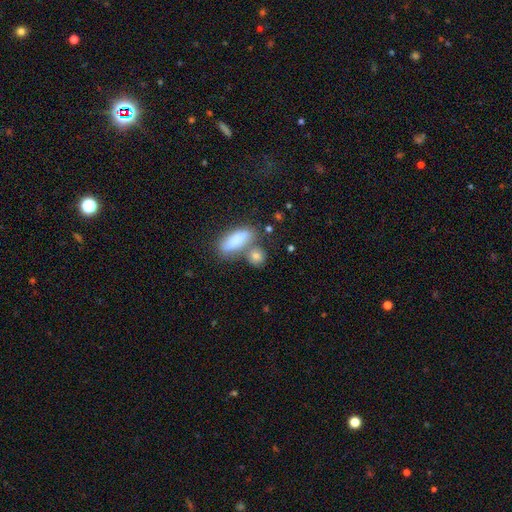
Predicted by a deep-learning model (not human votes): Morphology: type=smooth (82%); roundness=in between (49%); merging=none (56%).